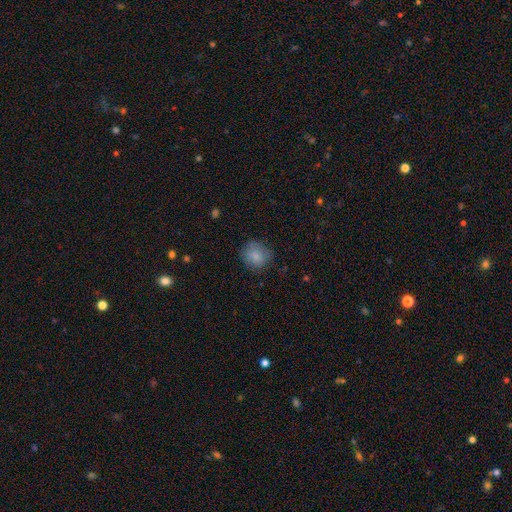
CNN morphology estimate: Overall: smooth (84%). How rounded: round (80%). Merging: none (79%).